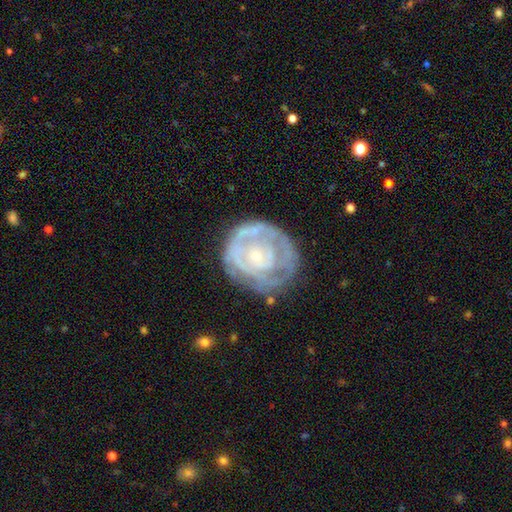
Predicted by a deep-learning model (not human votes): This is likely a featured or disk galaxy (74%). It is clearly not viewed edge-on (97%). Bar: clearly no (82%). Spiral arm pattern: likely yes (66%). Central bulge: likely small (77%). Merging: likely none (63%).